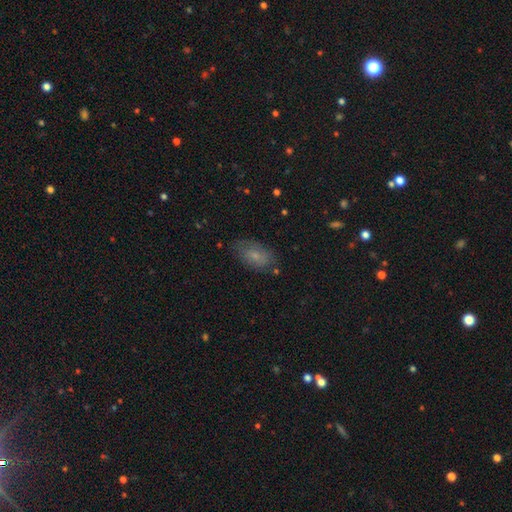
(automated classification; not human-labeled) The model was most divided on "smooth or featured": smooth: 66%, featured or disk: 24%, star or artifact: 10%. More confident: how rounded — in between (90%); merging — none (69%).